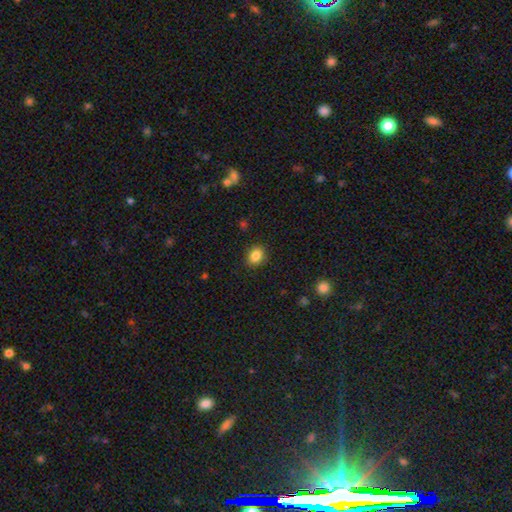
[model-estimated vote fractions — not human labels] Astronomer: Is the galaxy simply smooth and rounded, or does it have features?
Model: smooth — 85%.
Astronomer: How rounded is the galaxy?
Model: in between — 51% (runner-up: round, 48%).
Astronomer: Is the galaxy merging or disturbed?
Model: none — 88%.